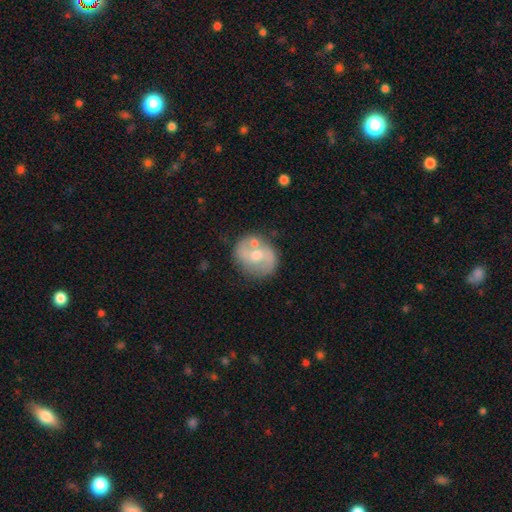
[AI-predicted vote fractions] Smooth or featured? Predicted: featured or disk (p=0.65). Edge-on disk? Predicted: no (p=0.97). Bar? Predicted: no (p=0.49). Spiral arms? Predicted: yes (p=0.74). Bulge size? Predicted: moderate (p=0.68). Merging? Predicted: none (p=0.67).